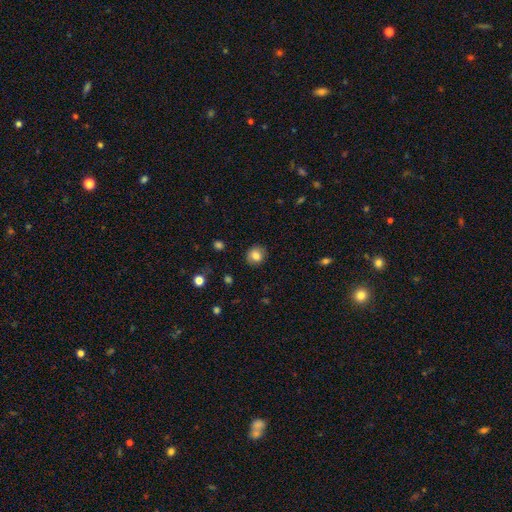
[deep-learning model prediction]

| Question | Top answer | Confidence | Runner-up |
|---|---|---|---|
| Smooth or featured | smooth | 81% | star or artifact (10%) |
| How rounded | round | 84% | in between (15%) |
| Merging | none | 87% | minor disturbance (9%) |